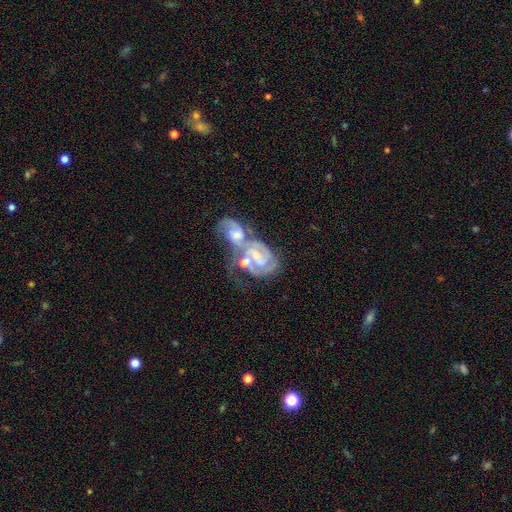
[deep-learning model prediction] featured or disk 81%, smooth 11%, star or artifact 8%. Down the decision tree: edge-on disk — no (96%); bar — weak (43%); spiral arms — yes (94%); spiral arm count — 2 (56%); spiral winding — tight (54%); bulge size — small (47%); merging — merger (70%).